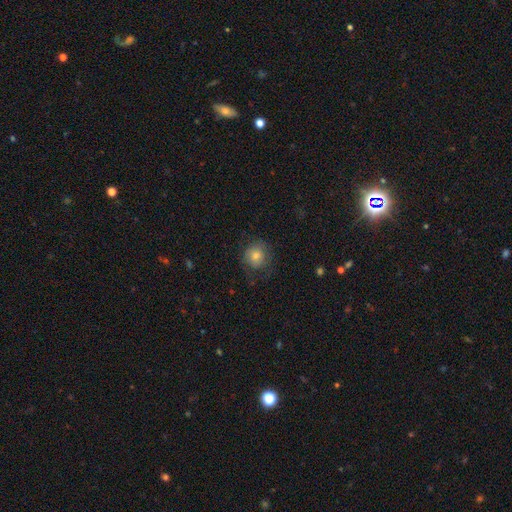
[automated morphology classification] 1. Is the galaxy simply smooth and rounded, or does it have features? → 72% smooth, 17% featured or disk, 11% star or artifact.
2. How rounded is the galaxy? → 85% round, 14% in between, 1% cigar-shaped.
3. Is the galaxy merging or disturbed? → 71% none, 18% minor disturbance, 9% major disturbance, 1% merger.